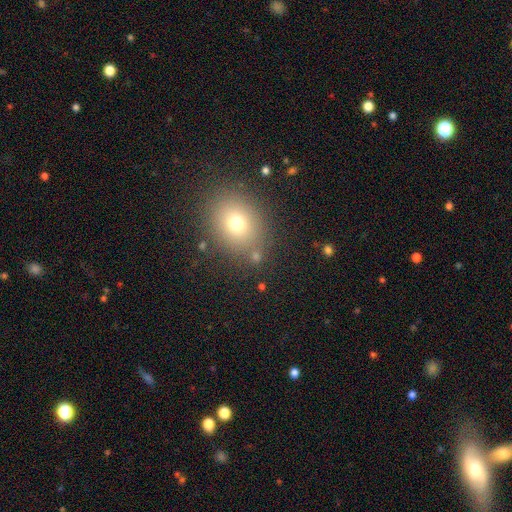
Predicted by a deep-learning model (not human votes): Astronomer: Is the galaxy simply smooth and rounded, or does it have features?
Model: smooth — 71%.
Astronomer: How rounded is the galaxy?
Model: round — 57% (runner-up: in between, 42%).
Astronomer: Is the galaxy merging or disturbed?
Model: none — 79%.